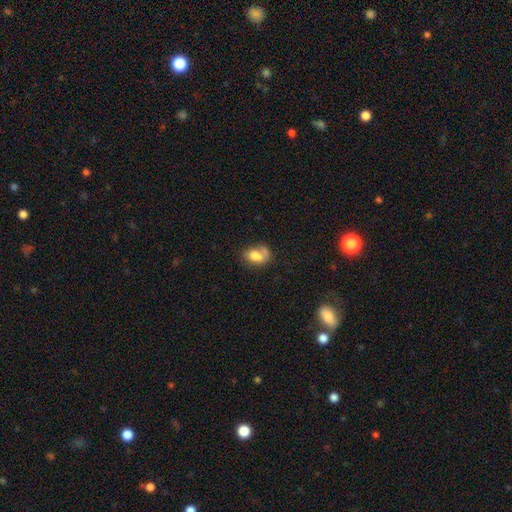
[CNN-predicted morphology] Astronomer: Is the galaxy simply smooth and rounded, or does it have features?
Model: smooth — 70%.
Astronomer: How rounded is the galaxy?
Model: in between — 76%.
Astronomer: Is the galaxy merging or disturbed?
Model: none — 36% (runner-up: merger, 26%).